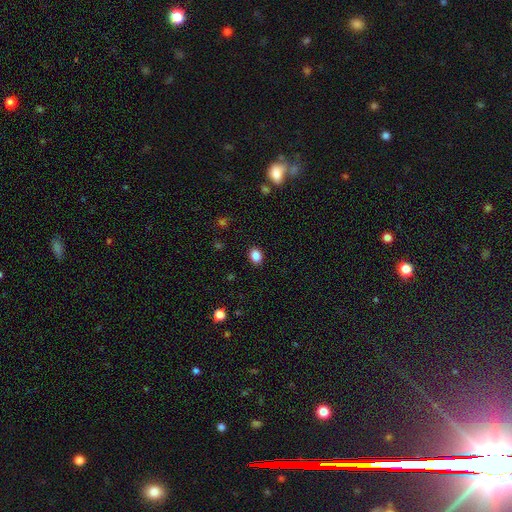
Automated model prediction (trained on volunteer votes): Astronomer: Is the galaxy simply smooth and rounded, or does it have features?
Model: smooth — 87%.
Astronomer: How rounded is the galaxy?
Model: in between — 58% (runner-up: round, 41%).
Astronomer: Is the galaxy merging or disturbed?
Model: none — 89%.